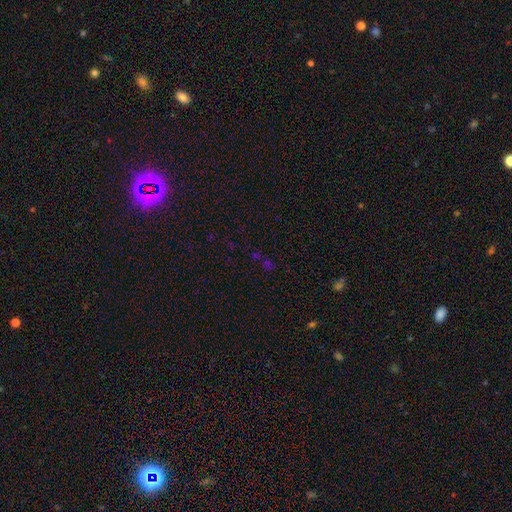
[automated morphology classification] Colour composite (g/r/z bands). It shows a star or artifact, not a galaxy (53%).